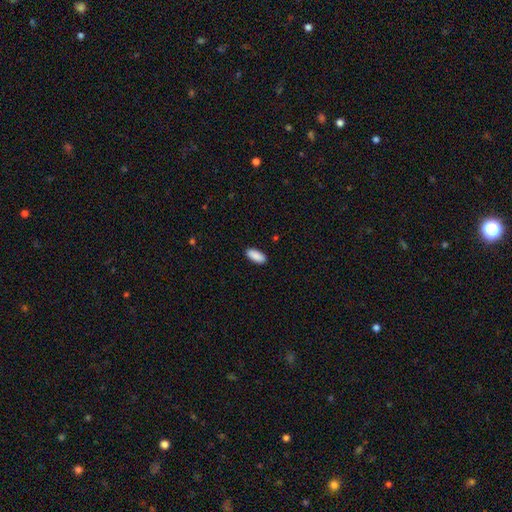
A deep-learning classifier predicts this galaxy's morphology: This is clearly a smooth galaxy (91%). How rounded: clearly in between (87%). Merging: clearly none (90%).